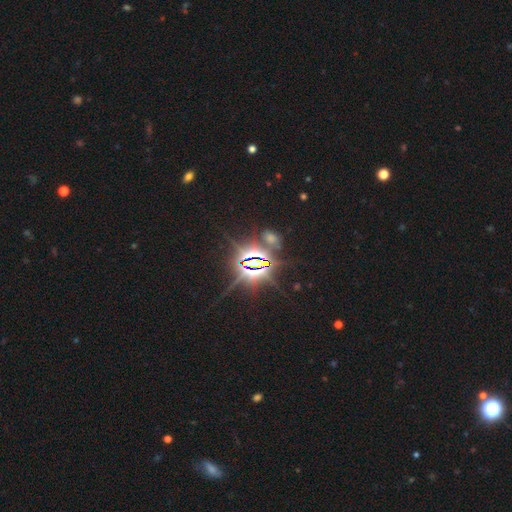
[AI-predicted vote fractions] A star or artifact, not a galaxy (82%).